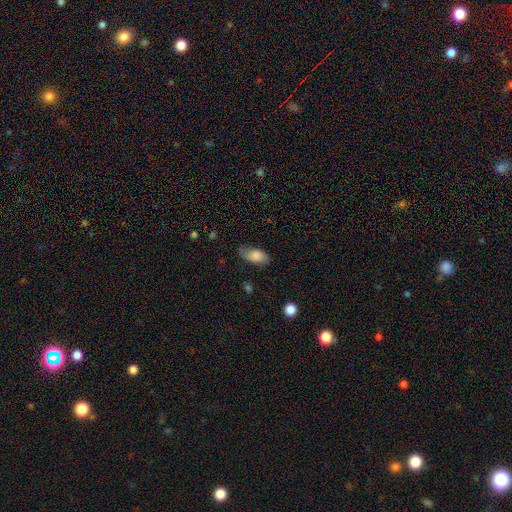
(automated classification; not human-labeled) Q: Smooth or featured?
A: smooth (76%); runner-up: featured or disk (16%)
Q: How rounded?
A: in between (91%); runner-up: cigar-shaped (5%)
Q: Merging?
A: none (66%); runner-up: minor disturbance (26%)